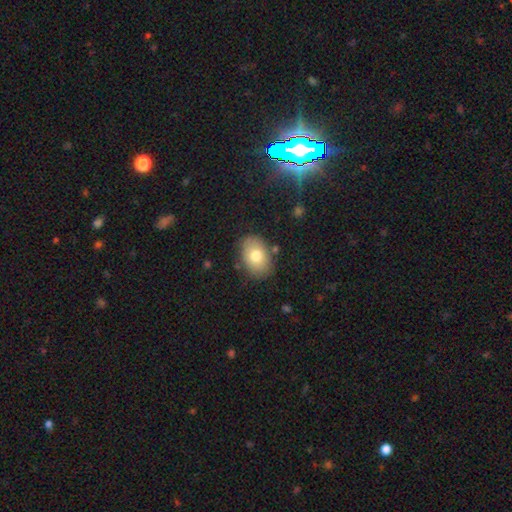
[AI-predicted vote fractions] smooth 75%, featured or disk 16%, star or artifact 9%. Down the decision tree: how rounded — in between (78%); merging — none (82%).